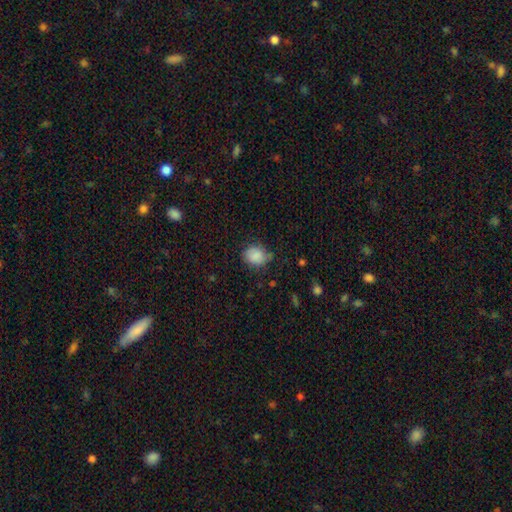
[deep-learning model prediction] A smooth galaxy with no disk features (85%) that is in between round and cigar-shaped (51%).

Vote fractions:
- Smooth or featured? smooth: 85% / star or artifact: 8% / featured or disk: 6%
- How rounded? in between: 51% / round: 48% / cigar-shaped: 1%
- Merging? none: 64% / minor disturbance: 27% / major disturbance: 6% / merger: 2%